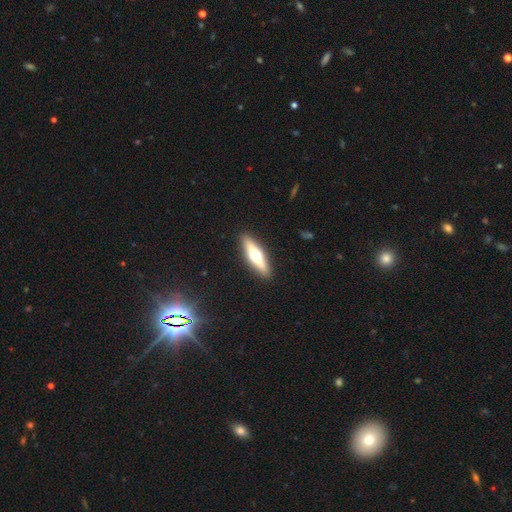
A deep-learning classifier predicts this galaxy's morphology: The model was most divided on "smooth or featured": featured or disk: 58%, smooth: 36%, star or artifact: 6%. More confident: edge-on bulge — rounded (95%); edge-on disk — yes (94%); merging — none (91%).